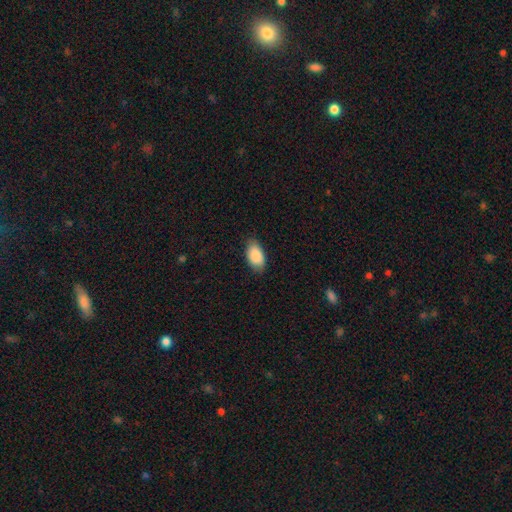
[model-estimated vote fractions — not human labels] The model was most divided on "merging": none: 83%, minor disturbance: 13%, major disturbance: 3%, merger: 1%. More confident: how rounded — in between (94%); smooth or featured — smooth (89%).